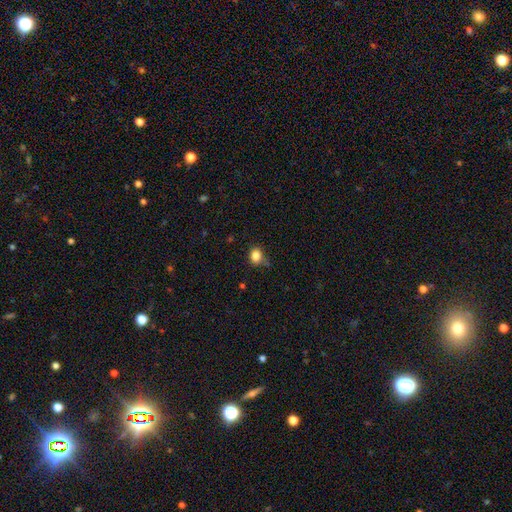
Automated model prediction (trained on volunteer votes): smooth-or-featured: smooth: 84% | star or artifact: 11% | featured or disk: 5%
  how-rounded: round: 56% | in between: 43% | cigar-shaped: 1%
  merging: none: 75% | minor disturbance: 18% | major disturbance: 4% | merger: 3%